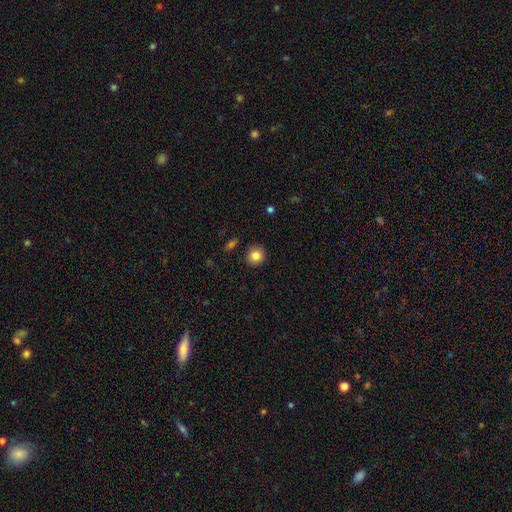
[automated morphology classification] This appears to be a smooth galaxy with no disk features (84%) that is round (89%). Merging: none (90%).